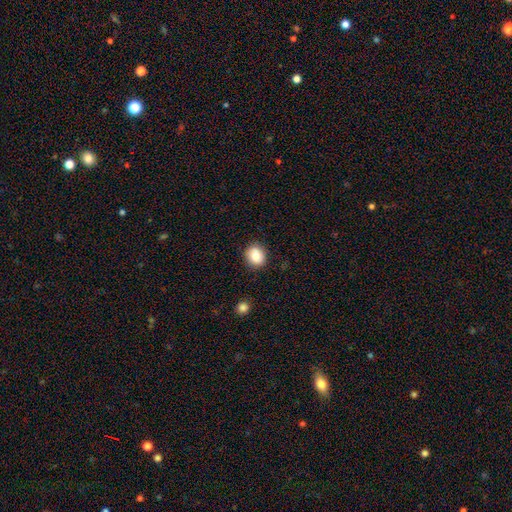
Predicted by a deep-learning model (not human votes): This appears to be a smooth galaxy with no disk features (87%) that is round (66%). Merging: none (87%).